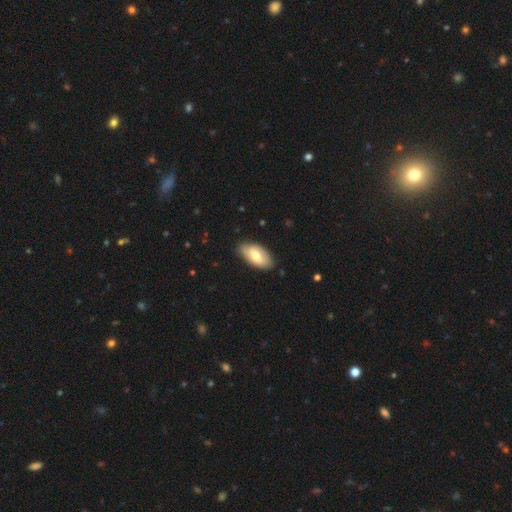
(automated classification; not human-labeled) A smooth galaxy with no disk features (67%) that is in between round and cigar-shaped (94%).

Vote fractions:
- Smooth or featured? smooth: 67% / featured or disk: 28% / star or artifact: 6%
- How rounded? in between: 94% / cigar-shaped: 3% / round: 3%
- Merging? none: 80% / minor disturbance: 16% / major disturbance: 3% / merger: 1%